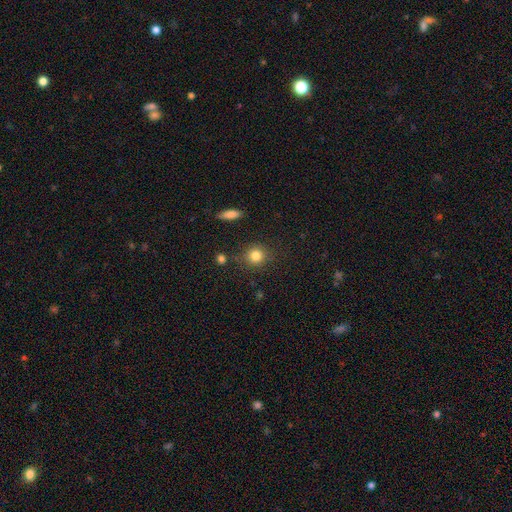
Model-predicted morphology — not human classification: This is clearly a smooth galaxy (83%). How rounded: clearly round (88%). Merging: clearly none (84%).